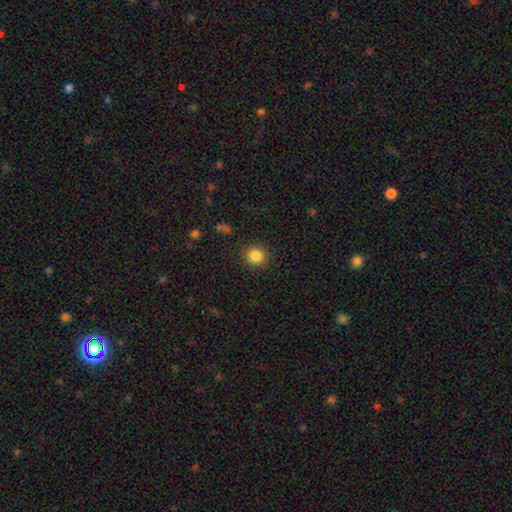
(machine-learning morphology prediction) This is clearly a smooth galaxy (85%). How rounded: clearly round (91%). Merging: clearly none (90%).